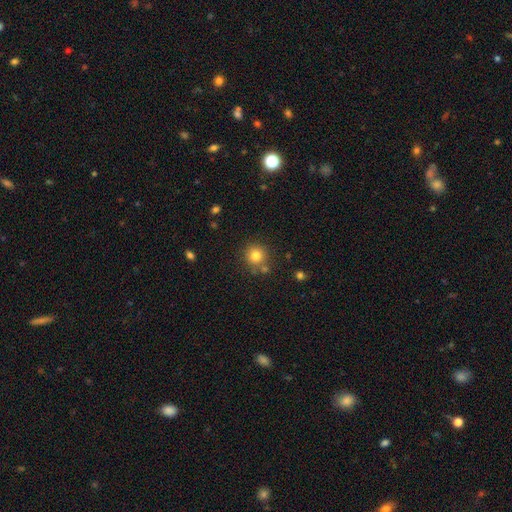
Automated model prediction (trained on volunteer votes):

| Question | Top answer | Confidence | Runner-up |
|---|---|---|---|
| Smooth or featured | smooth | 80% | star or artifact (13%) |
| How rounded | round | 93% | in between (6%) |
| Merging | none | 78% | merger (10%) |